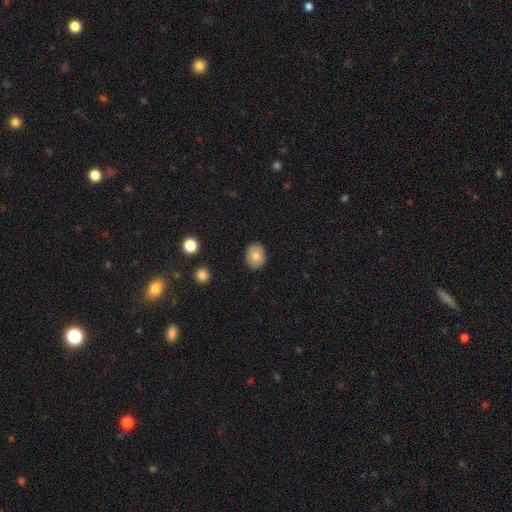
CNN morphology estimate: Overall: smooth (80%). How rounded: in between (57%; round 42%). Merging: none (88%).